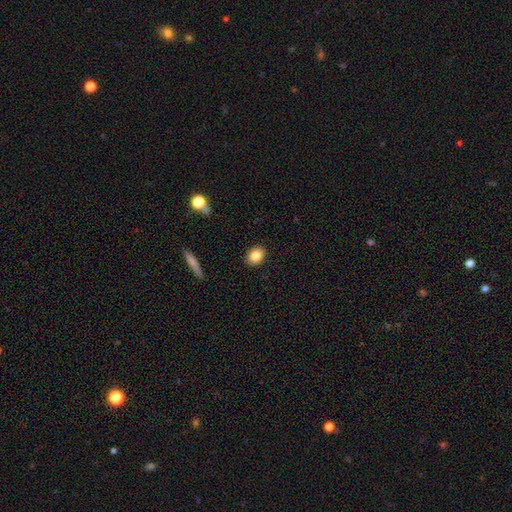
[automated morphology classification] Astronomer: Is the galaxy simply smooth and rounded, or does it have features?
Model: smooth — 83%.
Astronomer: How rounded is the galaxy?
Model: in between — 60% (runner-up: round, 38%).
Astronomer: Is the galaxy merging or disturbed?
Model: none — 90%.